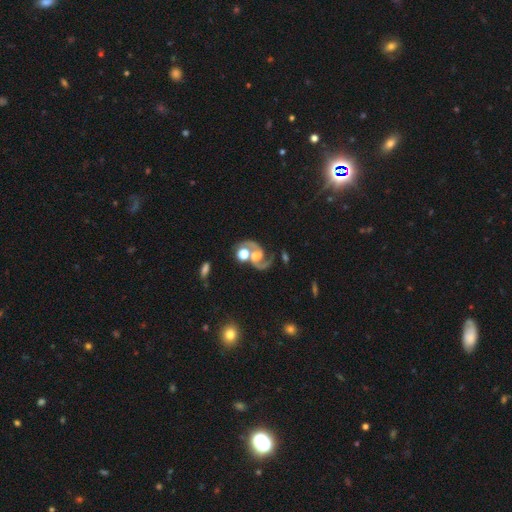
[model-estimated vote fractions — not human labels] smooth_or_featured: featured or disk (p=0.86) [alt: smooth p=0.07]
disk_edge_on: no (p=0.98) [alt: yes p=0.02]
bar: no (p=0.51) [alt: weak p=0.36]
has_spiral_arms: yes (p=0.96) [alt: no p=0.04]
spiral_winding: medium (p=0.56) [alt: loose p=0.31]
spiral_arm_count: 2 (p=0.89) [alt: 1 p=0.06]
bulge_size: moderate (p=0.49) [alt: large p=0.25]
merging: none (p=0.53) [alt: merger p=0.21]